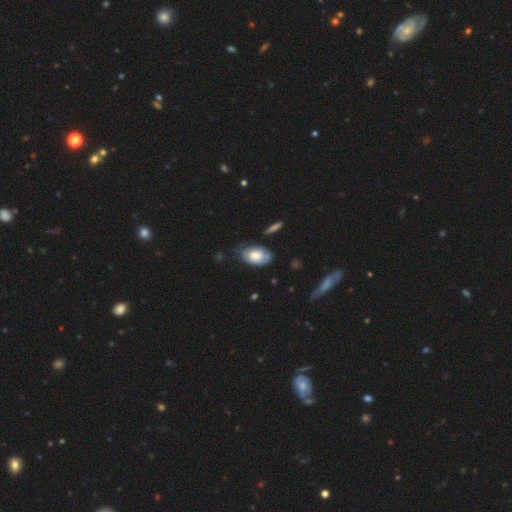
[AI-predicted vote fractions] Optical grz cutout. It shows a smooth galaxy with no disk features (68%) that is in between round and cigar-shaped (92%). Merging: none (57%).